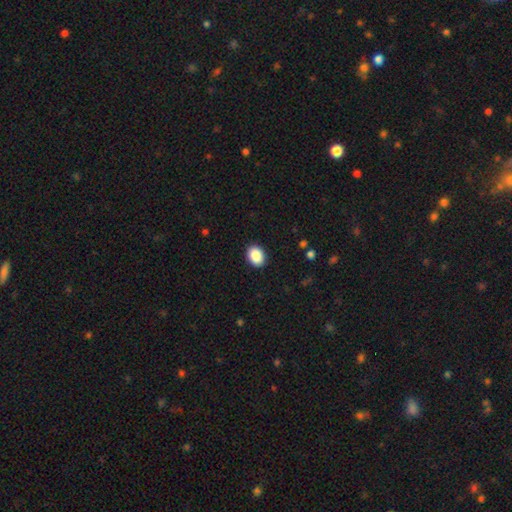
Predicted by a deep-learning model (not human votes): smooth 89%, star or artifact 8%, featured or disk 3%. Down the decision tree: how rounded — in between (62%); merging — none (91%).